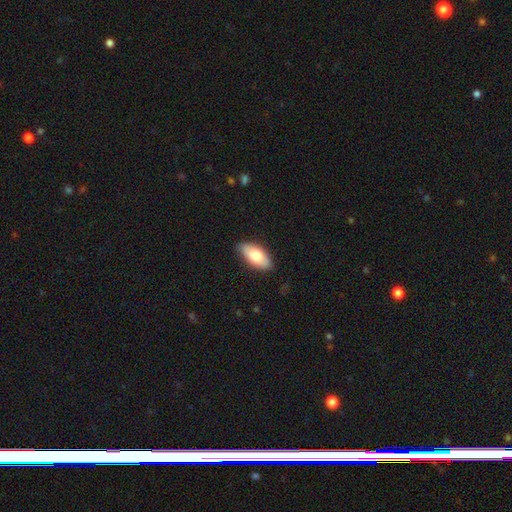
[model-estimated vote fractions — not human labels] smooth-or-featured: smooth: 77% | featured or disk: 17% | star or artifact: 6%
  how-rounded: in between: 90% | cigar-shaped: 8% | round: 2%
  merging: none: 84% | minor disturbance: 13% | major disturbance: 2% | merger: 1%